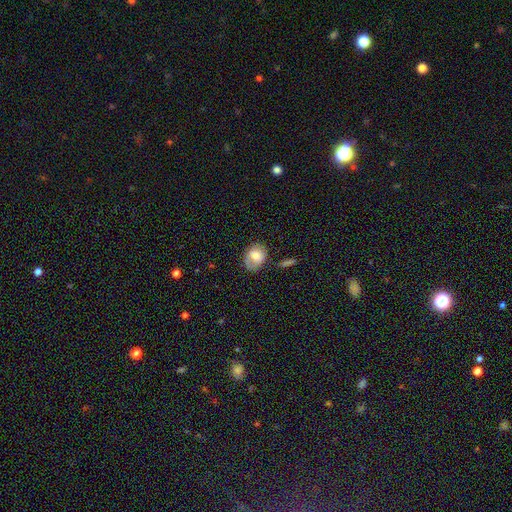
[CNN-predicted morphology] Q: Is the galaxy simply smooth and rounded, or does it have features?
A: smooth — 67%.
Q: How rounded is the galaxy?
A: in between — 59%.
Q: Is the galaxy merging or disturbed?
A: none — 58%.